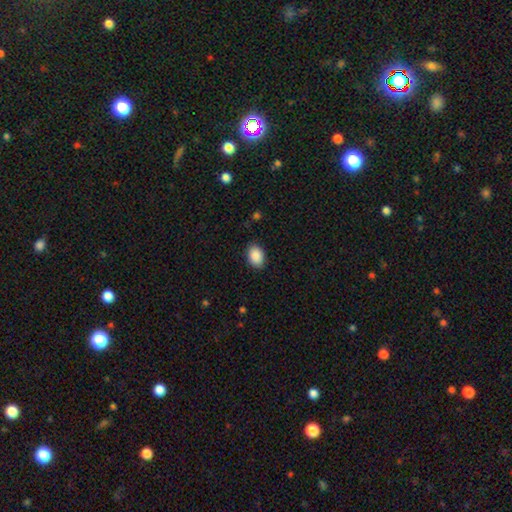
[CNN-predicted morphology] smooth-or-featured: smooth: 90% | star or artifact: 7% | featured or disk: 3%
  how-rounded: in between: 82% | round: 17% | cigar-shaped: 1%
  merging: none: 87% | minor disturbance: 10% | major disturbance: 2% | merger: 1%